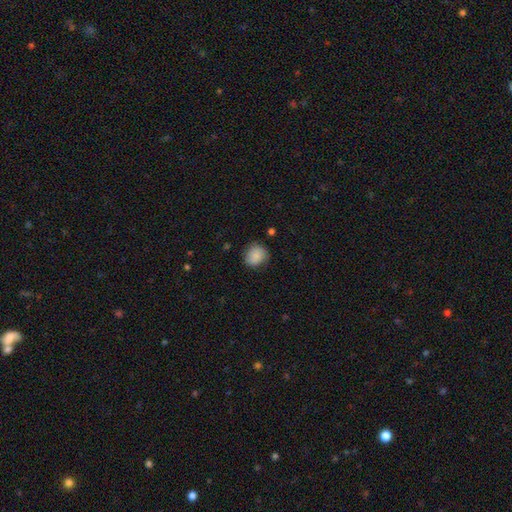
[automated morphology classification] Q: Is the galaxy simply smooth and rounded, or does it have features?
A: smooth — 85%.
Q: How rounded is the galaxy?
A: round — 73%.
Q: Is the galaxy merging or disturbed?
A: none — 76%.